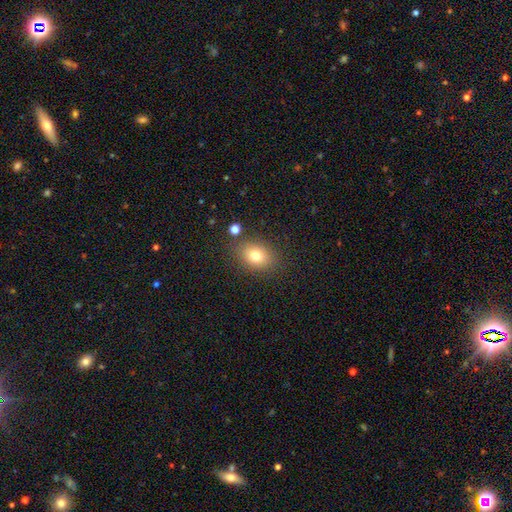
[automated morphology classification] smooth_or_featured: smooth (p=0.77) [alt: star or artifact p=0.12]
how_rounded: in between (p=0.66) [alt: round p=0.32]
merging: none (p=0.82) [alt: minor disturbance p=0.11]